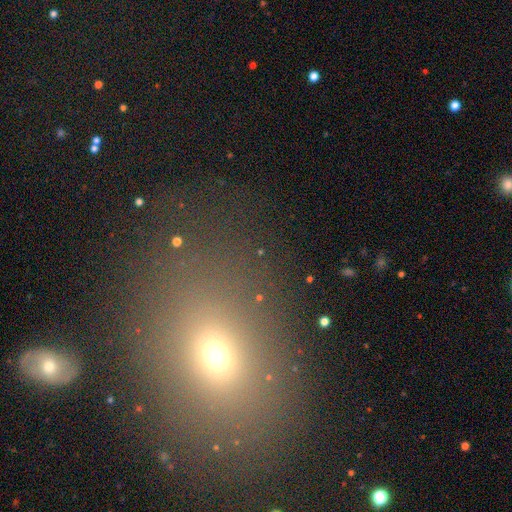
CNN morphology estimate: Overall: smooth (53%; star or artifact 35%). How rounded: round (50%; in between 47%). Merging: none (77%).